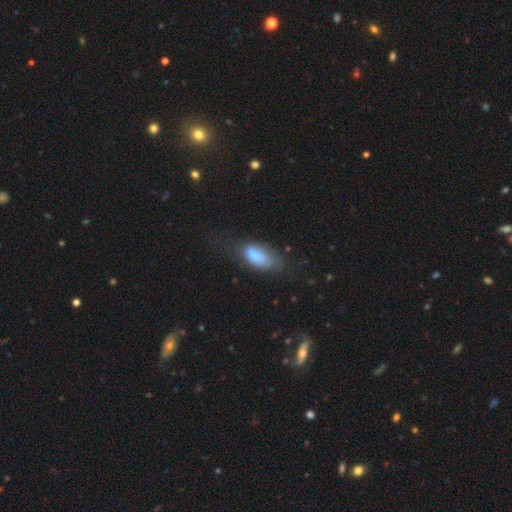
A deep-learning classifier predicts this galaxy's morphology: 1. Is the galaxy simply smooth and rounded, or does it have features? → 62% smooth, 29% featured or disk, 9% star or artifact.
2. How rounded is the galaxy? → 88% in between, 7% cigar-shaped, 5% round.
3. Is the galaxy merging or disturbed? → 34% none, 27% merger, 23% minor disturbance, 16% major disturbance.